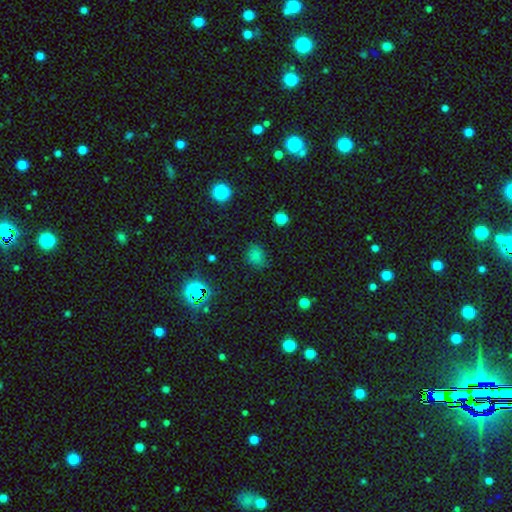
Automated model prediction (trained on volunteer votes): Smooth or featured?
  - smooth: 72% *
  - star or artifact: 22%
  - featured or disk: 6%
How rounded?
  - round: 65% *
  - in between: 34%
  - cigar-shaped: 1%
Merging?
  - none: 77% *
  - minor disturbance: 16%
  - major disturbance: 5%
  - merger: 2%